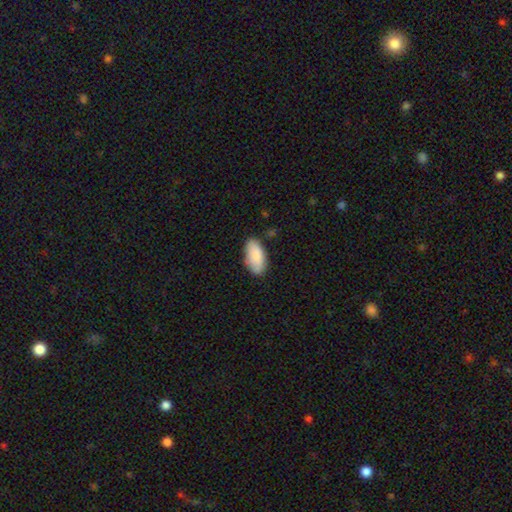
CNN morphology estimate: Smooth or featured: smooth — 85% (featured or disk — 9%)
How rounded: in between — 93% (cigar-shaped — 5%)
Merging: none — 77% (minor disturbance — 18%)